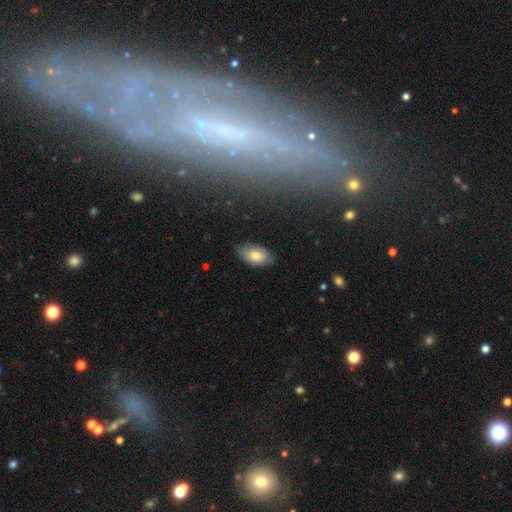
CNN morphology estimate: smooth-or-featured: smooth: 80% | featured or disk: 13% | star or artifact: 7%
  how-rounded: in between: 94% | round: 4% | cigar-shaped: 2%
  merging: none: 74% | minor disturbance: 21% | major disturbance: 3% | merger: 1%